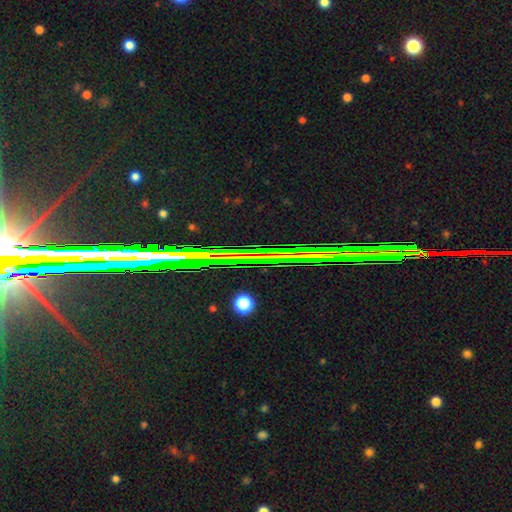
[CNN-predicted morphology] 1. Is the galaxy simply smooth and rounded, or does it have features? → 73% star or artifact, 14% smooth, 13% featured or disk.